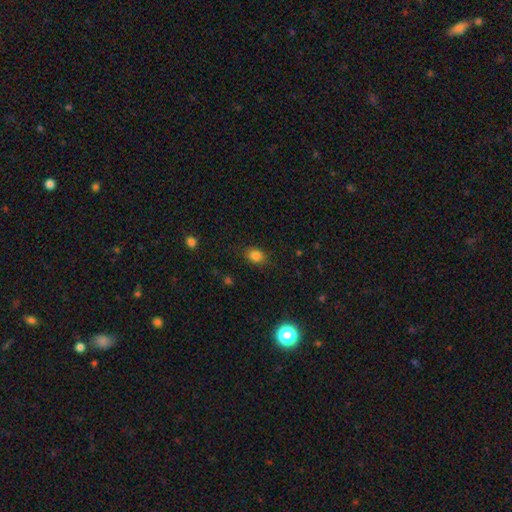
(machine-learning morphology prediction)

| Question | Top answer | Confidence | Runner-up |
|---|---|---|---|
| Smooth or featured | smooth | 83% | star or artifact (12%) |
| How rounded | in between | 60% | round (38%) |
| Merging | none | 83% | minor disturbance (12%) |